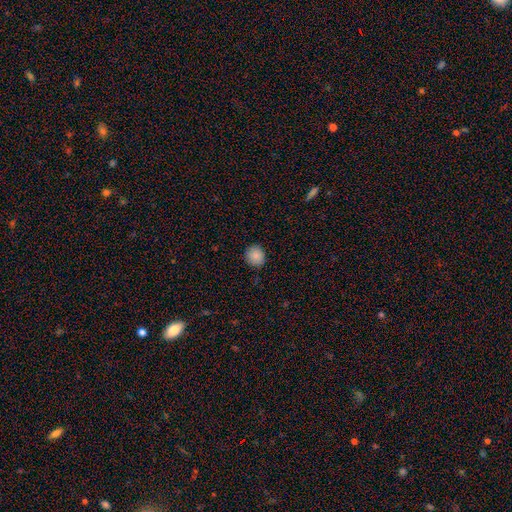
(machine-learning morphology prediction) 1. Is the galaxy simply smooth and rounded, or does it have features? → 87% smooth, 9% star or artifact, 3% featured or disk.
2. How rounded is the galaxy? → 83% round, 16% in between, 1% cigar-shaped.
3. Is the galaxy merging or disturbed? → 89% none, 8% minor disturbance, 2% major disturbance, 1% merger.